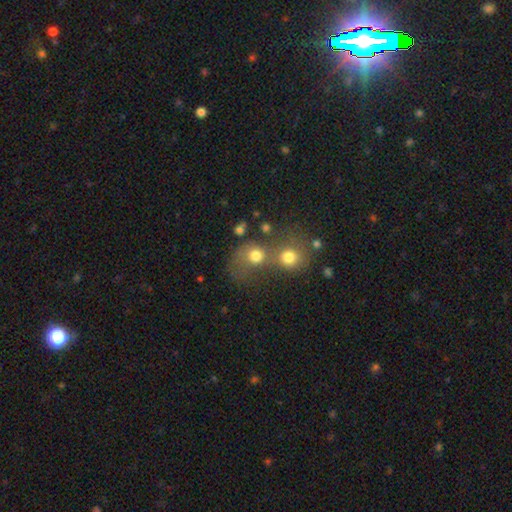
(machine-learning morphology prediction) This is likely a smooth galaxy (73%). How rounded: likely round (75%). Merging: possibly merger (56%).